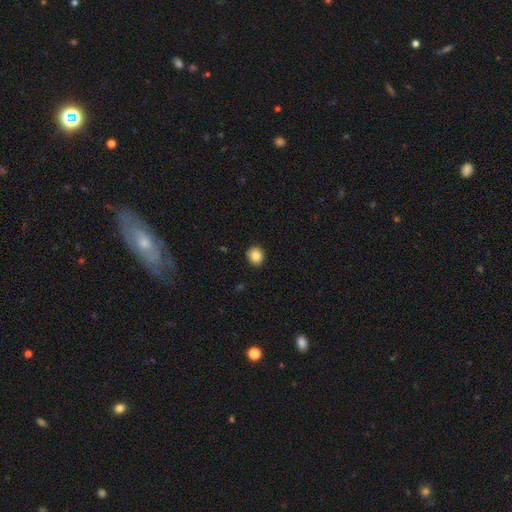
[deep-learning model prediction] Morphology: type=smooth (85%); roundness=round (82%); merging=none (91%).